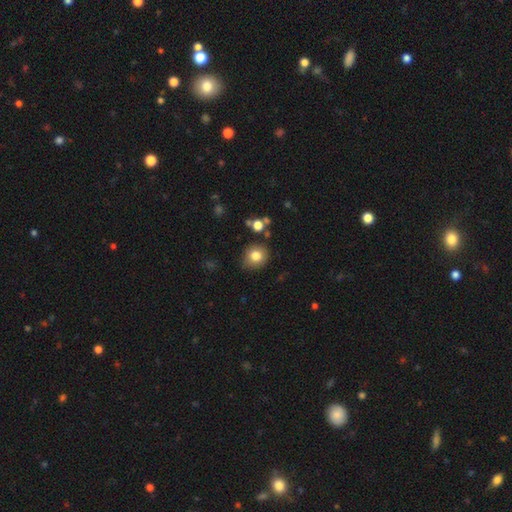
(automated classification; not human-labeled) This is likely a smooth galaxy (80%). How rounded: likely round (79%). Merging: clearly none (82%).